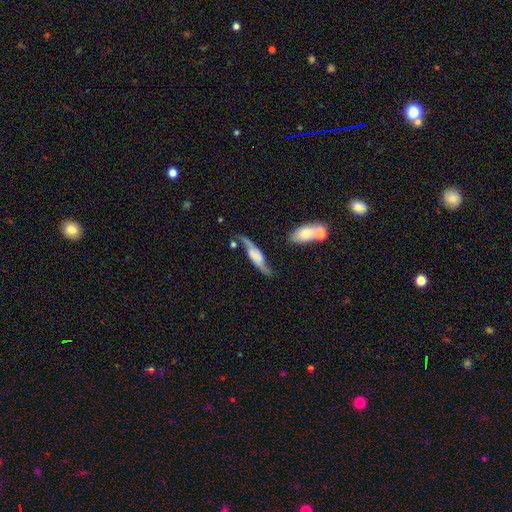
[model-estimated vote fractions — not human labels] Q: Smooth or featured?
A: featured or disk (77%); runner-up: smooth (17%)
Q: Edge-on disk?
A: no (72%); runner-up: yes (28%)
Q: Bar?
A: no (47%); runner-up: weak (32%)
Q: Spiral arms?
A: yes (93%); runner-up: no (7%)
Q: Spiral winding?
A: loose (75%); runner-up: medium (19%)
Q: Spiral arm count?
A: 2 (92%); runner-up: can't tell (3%)
Q: Bulge size?
A: none (44%); runner-up: small (19%)
Q: Merging?
A: none (62%); runner-up: minor disturbance (21%)